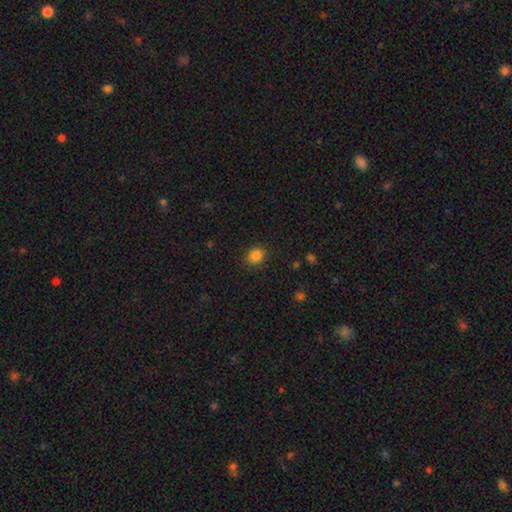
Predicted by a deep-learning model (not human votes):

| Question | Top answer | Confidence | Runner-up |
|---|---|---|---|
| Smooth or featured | smooth | 84% | star or artifact (12%) |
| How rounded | round | 71% | in between (28%) |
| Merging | none | 88% | minor disturbance (9%) |